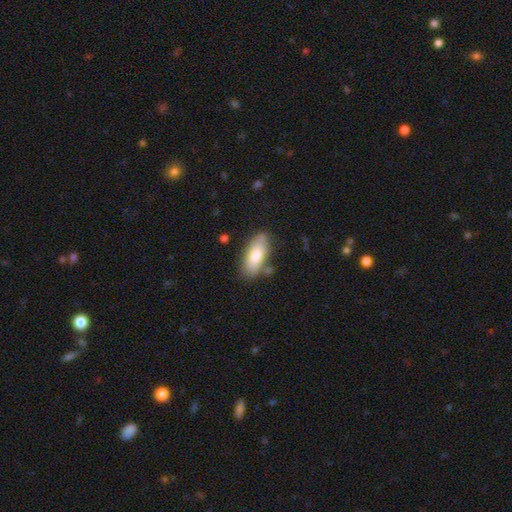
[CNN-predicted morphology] Smooth or featured?
  - smooth: 76% *
  - featured or disk: 18%
  - star or artifact: 6%
How rounded?
  - in between: 81% *
  - cigar-shaped: 16%
  - round: 2%
Merging?
  - none: 76% *
  - minor disturbance: 15%
  - merger: 6%
  - major disturbance: 3%